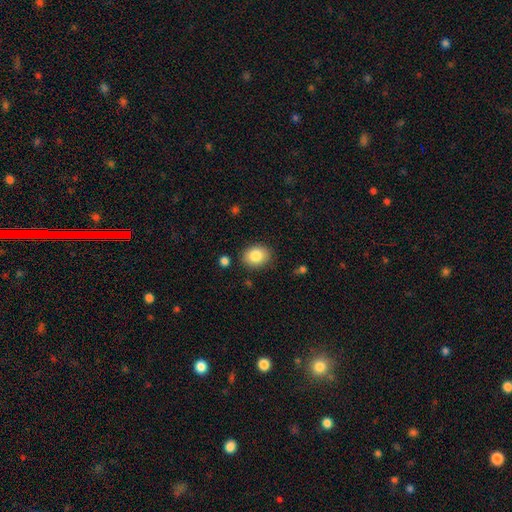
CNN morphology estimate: Smooth or featured? Predicted: smooth (p=0.85). How rounded? Predicted: in between (p=0.50). Merging? Predicted: none (p=0.85).